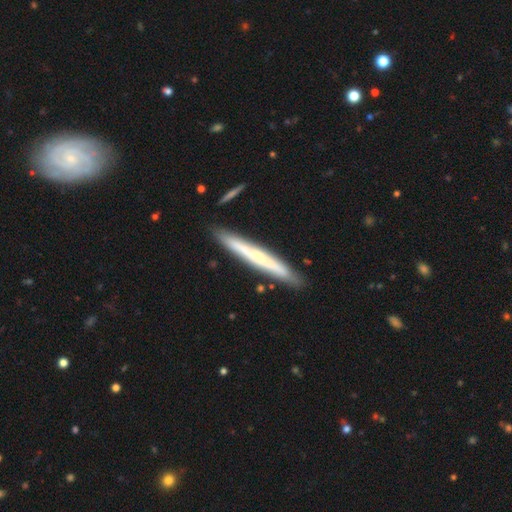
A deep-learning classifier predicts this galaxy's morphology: This appears to be a smooth galaxy with no disk features (47%). Merging: none (87%).